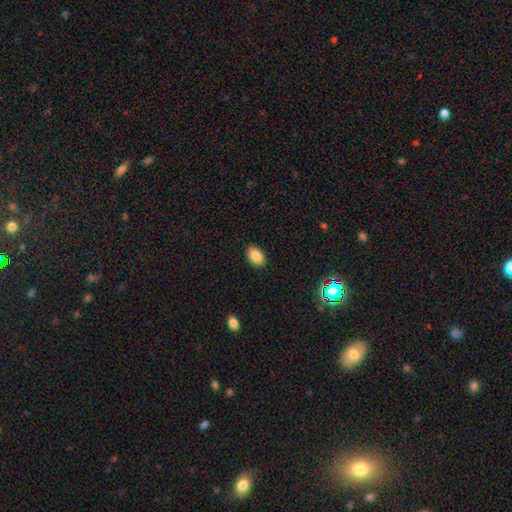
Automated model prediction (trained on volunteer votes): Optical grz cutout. It shows a smooth galaxy with no disk features (85%) that is in between round and cigar-shaped (88%). Merging: none (89%).